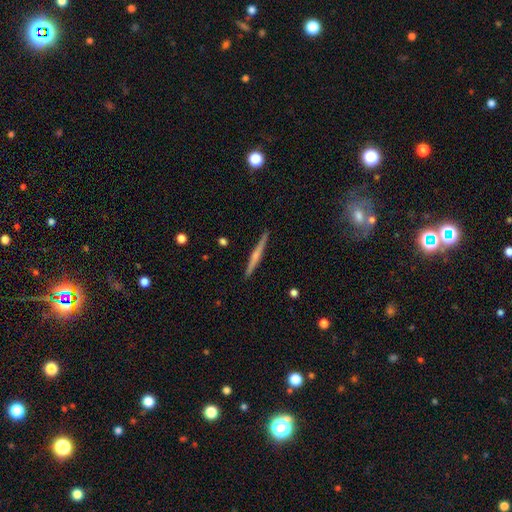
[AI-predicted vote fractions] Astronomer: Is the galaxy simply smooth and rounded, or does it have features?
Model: featured or disk — 63%.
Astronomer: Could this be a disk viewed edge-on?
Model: yes — 98%.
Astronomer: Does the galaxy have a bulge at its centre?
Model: rounded — 59%.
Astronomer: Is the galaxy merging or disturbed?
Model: none — 91%.